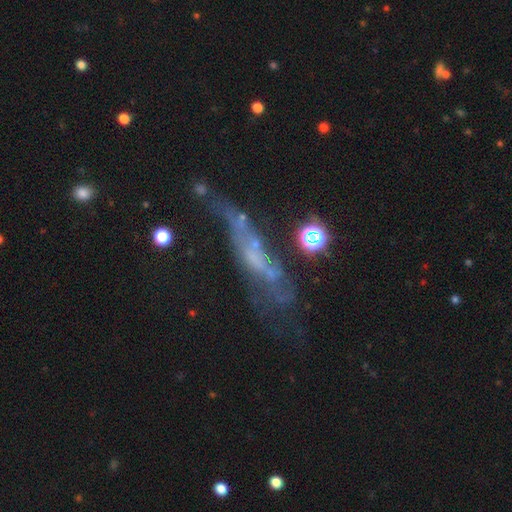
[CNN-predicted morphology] A featured or disk galaxy (58%). Merging: none (34%).